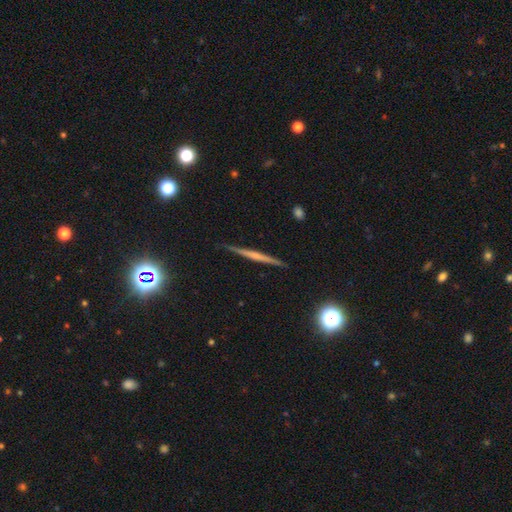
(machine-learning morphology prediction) This is likely a featured or disk galaxy (61%). It is clearly viewed edge-on (98%). Edge-on bulge: likely none (64%). Merging: clearly none (91%).